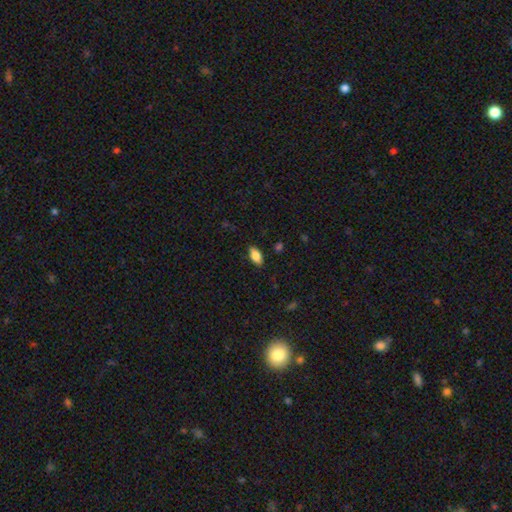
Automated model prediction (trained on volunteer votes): The model was most divided on "smooth or featured": smooth: 84%, featured or disk: 9%, star or artifact: 7%. More confident: how rounded — in between (91%); merging — none (87%).